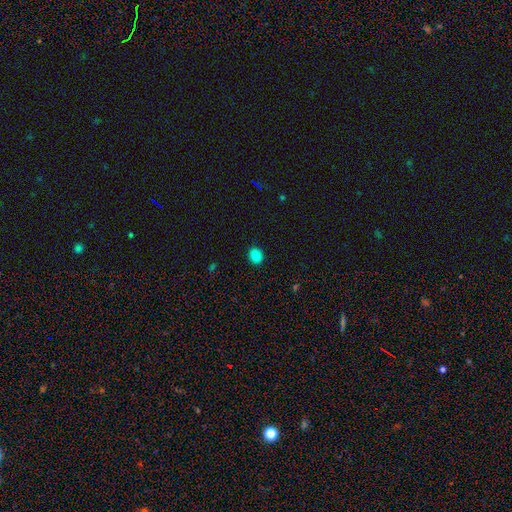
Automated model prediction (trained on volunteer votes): Overall: smooth (85%). How rounded: round (60%; in between 39%). Merging: none (90%).